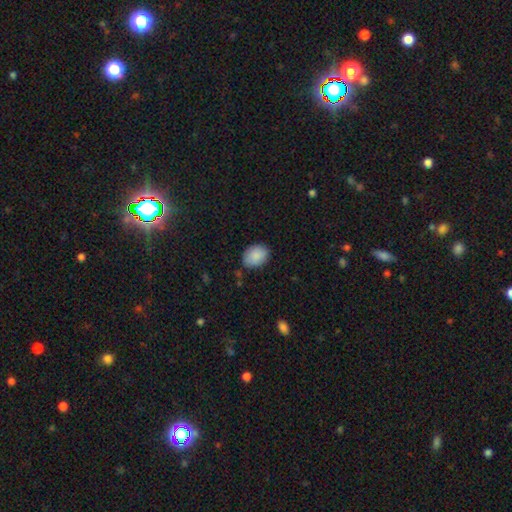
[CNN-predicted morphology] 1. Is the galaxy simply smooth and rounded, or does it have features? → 88% smooth, 7% star or artifact, 5% featured or disk.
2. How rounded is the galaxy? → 72% in between, 27% round, 1% cigar-shaped.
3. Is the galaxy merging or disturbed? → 82% none, 14% minor disturbance, 3% major disturbance, 2% merger.